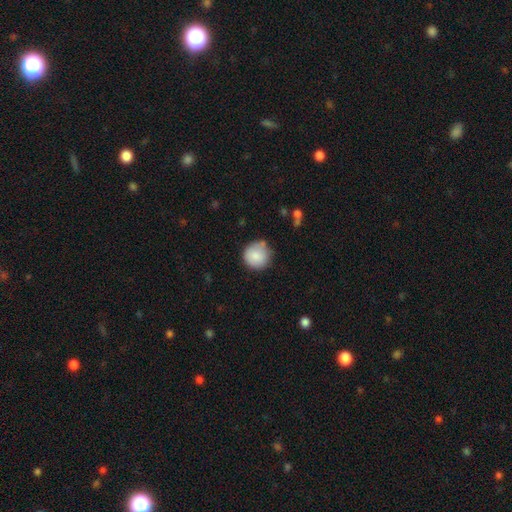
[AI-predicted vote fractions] Morphology: type=smooth (86%); roundness=round (94%); merging=none (76%).